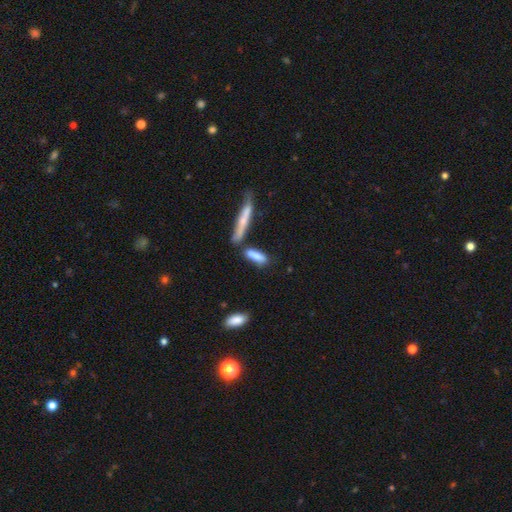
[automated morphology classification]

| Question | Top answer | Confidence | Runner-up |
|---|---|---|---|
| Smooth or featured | smooth | 75% | featured or disk (17%) |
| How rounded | cigar-shaped | 60% | in between (38%) |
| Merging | none | 59% | merger (20%) |